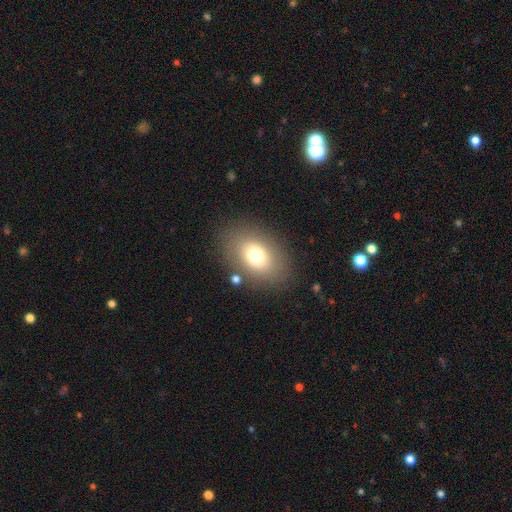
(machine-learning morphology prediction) This appears to be a smooth galaxy with no disk features (72%) that is in between round and cigar-shaped (77%). Merging: none (82%).